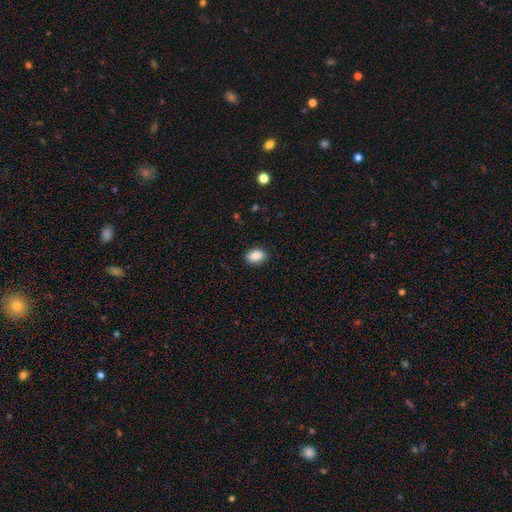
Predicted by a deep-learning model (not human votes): Smooth or featured? Predicted: smooth (p=0.89). How rounded? Predicted: in between (p=0.84). Merging? Predicted: none (p=0.87).